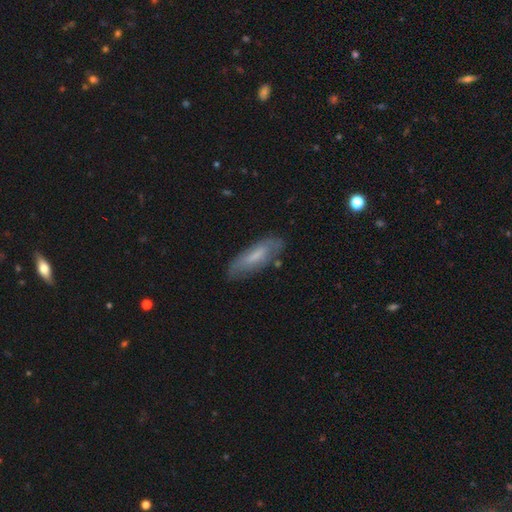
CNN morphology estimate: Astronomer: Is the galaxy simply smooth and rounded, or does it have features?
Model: smooth — 59% (runner-up: featured or disk, 34%).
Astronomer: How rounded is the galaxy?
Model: in between — 52% (runner-up: cigar-shaped, 46%).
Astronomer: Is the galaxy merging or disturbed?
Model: none — 74%.